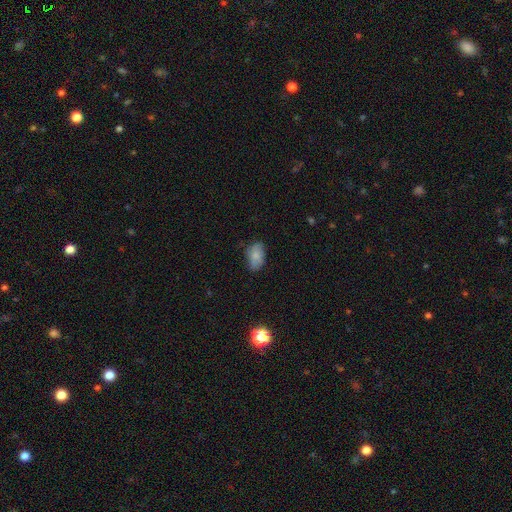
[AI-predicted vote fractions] smooth_or_featured: smooth (p=0.78) [alt: featured or disk p=0.14]
how_rounded: in between (p=0.92) [alt: round p=0.07]
merging: none (p=0.64) [alt: minor disturbance p=0.28]